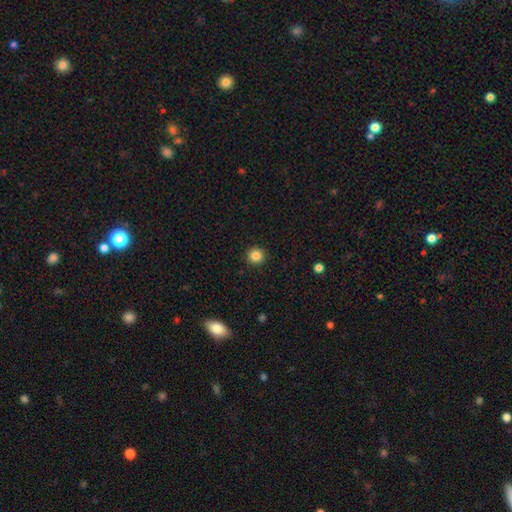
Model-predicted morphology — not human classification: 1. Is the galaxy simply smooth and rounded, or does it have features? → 84% smooth, 11% star or artifact, 5% featured or disk.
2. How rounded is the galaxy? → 94% round, 5% in between, 1% cigar-shaped.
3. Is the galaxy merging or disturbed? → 92% none, 5% minor disturbance, 2% major disturbance, 1% merger.